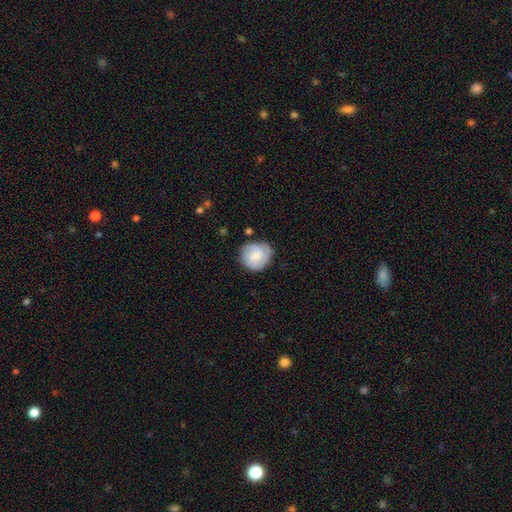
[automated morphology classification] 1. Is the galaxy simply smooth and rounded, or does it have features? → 54% smooth, 39% featured or disk, 6% star or artifact.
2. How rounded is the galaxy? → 84% round, 15% in between, 1% cigar-shaped.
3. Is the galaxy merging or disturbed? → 71% none, 21% minor disturbance, 5% major disturbance, 2% merger.